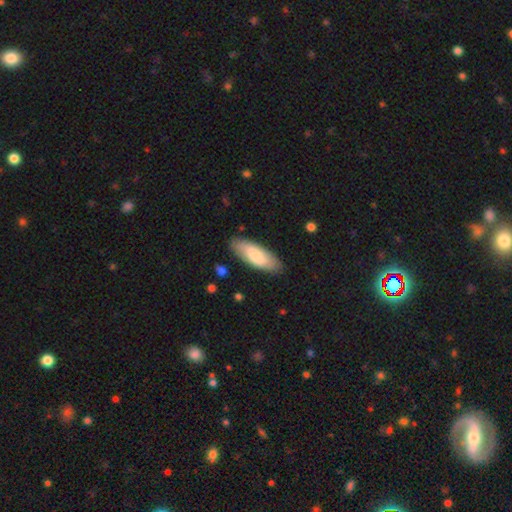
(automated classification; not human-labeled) smooth_or_featured: smooth (p=0.76) [alt: featured or disk p=0.19]
how_rounded: in between (p=0.72) [alt: cigar-shaped p=0.26]
merging: none (p=0.86) [alt: minor disturbance p=0.11]